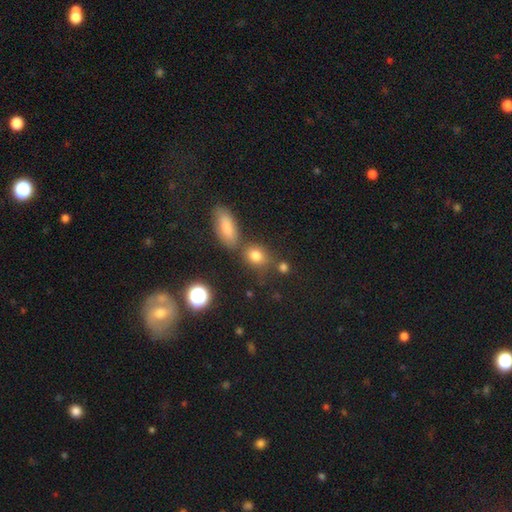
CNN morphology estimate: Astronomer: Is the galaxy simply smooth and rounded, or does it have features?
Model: smooth — 78%.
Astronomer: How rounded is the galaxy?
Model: in between — 51% (runner-up: round, 46%).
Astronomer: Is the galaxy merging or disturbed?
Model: none — 65%.